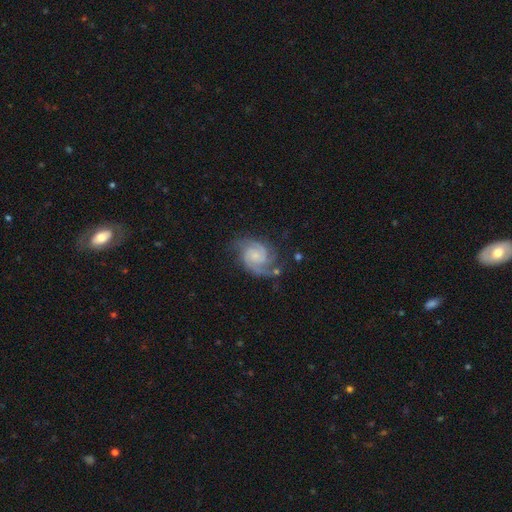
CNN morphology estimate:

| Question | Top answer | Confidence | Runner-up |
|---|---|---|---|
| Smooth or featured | featured or disk | 90% | smooth (5%) |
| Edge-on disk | no | 98% | yes (2%) |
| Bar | no | 61% | weak (33%) |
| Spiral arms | yes | 98% | no (2%) |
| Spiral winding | tight | 54% | medium (39%) |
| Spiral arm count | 2 | 74% | 3 (15%) |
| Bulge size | small | 56% | moderate (23%) |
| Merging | none | 69% | minor disturbance (19%) |